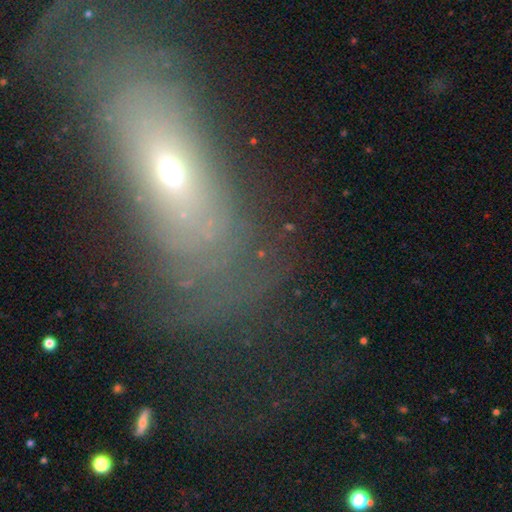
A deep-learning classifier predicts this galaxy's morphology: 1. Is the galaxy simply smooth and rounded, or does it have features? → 44% featured or disk, 38% smooth, 18% star or artifact.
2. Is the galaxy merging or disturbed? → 49% none, 30% major disturbance, 16% minor disturbance, 5% merger.